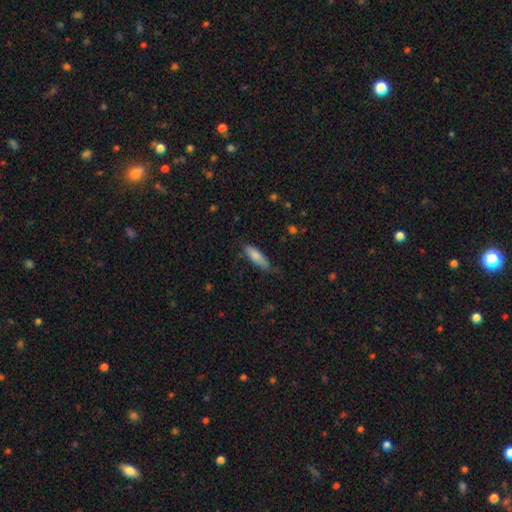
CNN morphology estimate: Overall: smooth (80%). How rounded: cigar-shaped (51%; in between 47%). Merging: none (60%; minor disturbance 31%).